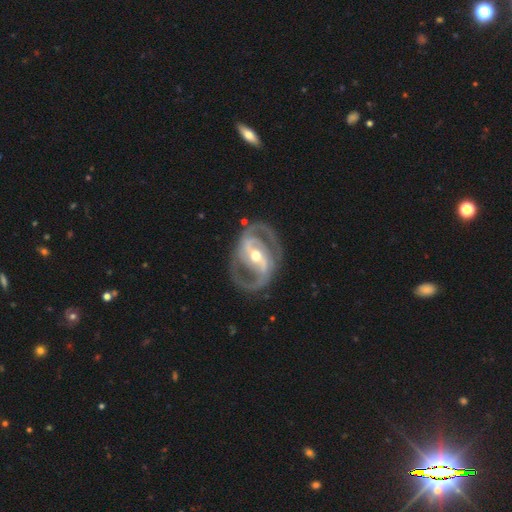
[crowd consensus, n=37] A featured or disk galaxy (95%) with a strong bar (41%), 2 (81%) medium (42%) spiral arms (91%) and a moderate central bulge (65%). Merging: none (78%).